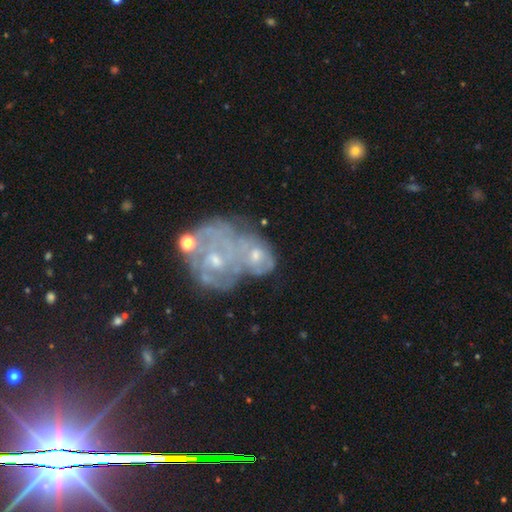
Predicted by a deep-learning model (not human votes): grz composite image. It shows a featured or disk galaxy (61%) with no bar (75%), no spiral arms (53%) and a moderate central bulge (47%). Merging: merger (66%).